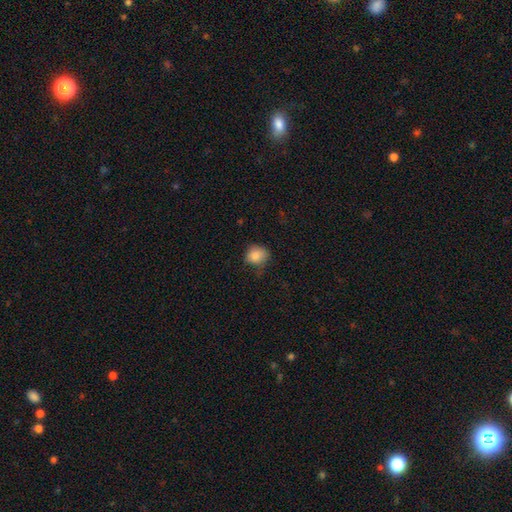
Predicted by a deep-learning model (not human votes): smooth-or-featured: smooth: 85% | star or artifact: 9% | featured or disk: 6%
  how-rounded: round: 72% | in between: 27% | cigar-shaped: 1%
  merging: none: 62% | minor disturbance: 29% | major disturbance: 8% | merger: 2%